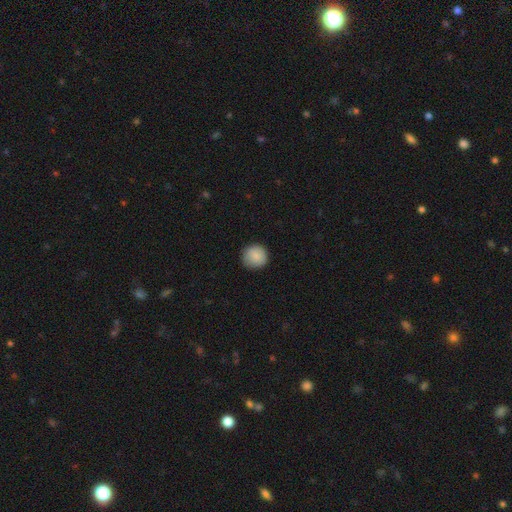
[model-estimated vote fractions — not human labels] Morphology: type=smooth (87%); roundness=round (93%); merging=none (87%).